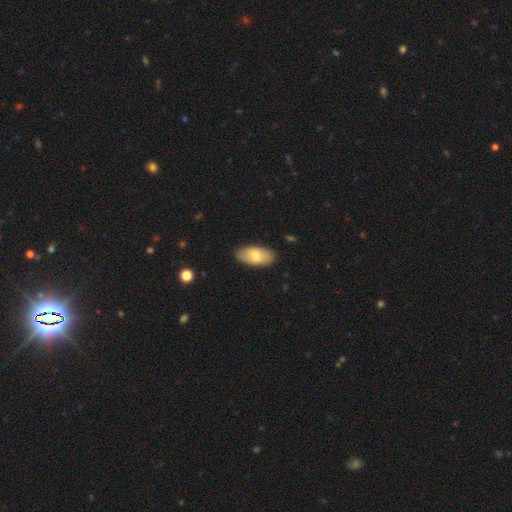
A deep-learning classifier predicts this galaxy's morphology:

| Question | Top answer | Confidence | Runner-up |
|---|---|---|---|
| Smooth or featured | smooth | 72% | featured or disk (22%) |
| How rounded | in between | 93% | cigar-shaped (4%) |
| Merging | none | 85% | minor disturbance (11%) |